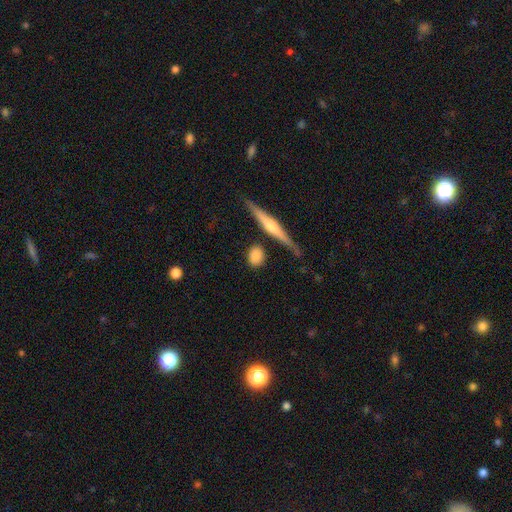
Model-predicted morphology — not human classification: Smooth or featured? Predicted: smooth (p=0.76). How rounded? Predicted: round (p=0.58). Merging? Predicted: none (p=0.78).